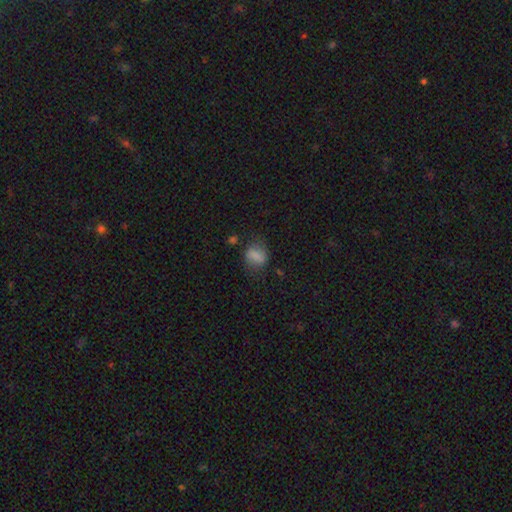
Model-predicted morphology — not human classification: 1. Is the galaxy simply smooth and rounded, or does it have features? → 78% smooth, 12% featured or disk, 11% star or artifact.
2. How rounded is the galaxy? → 58% in between, 39% round, 3% cigar-shaped.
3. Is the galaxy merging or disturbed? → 65% none, 22% minor disturbance, 9% major disturbance, 3% merger.